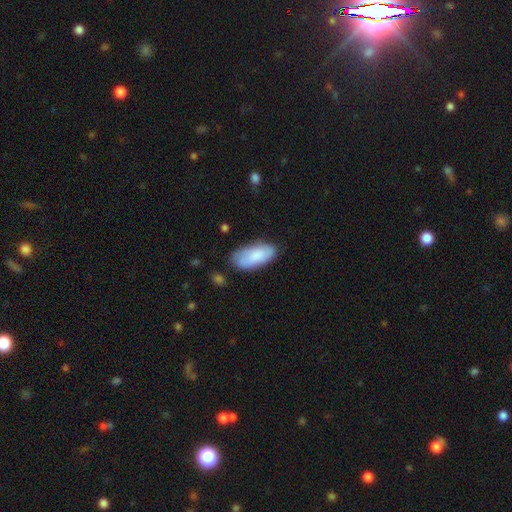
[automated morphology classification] This is clearly a smooth galaxy (82%). How rounded: clearly in between (92%). Merging: likely none (71%).